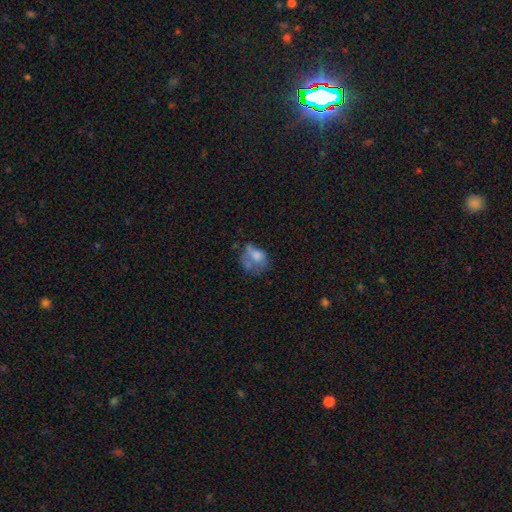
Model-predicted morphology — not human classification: This is possibly a smooth galaxy (59%). How rounded: possibly in between (55%). Merging: marginally major disturbance (31%).